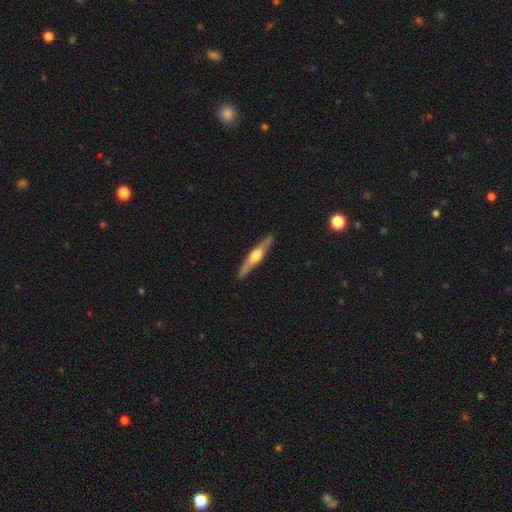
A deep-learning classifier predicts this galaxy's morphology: This is likely a featured or disk galaxy (66%). It is clearly viewed edge-on (96%). Edge-on bulge: clearly rounded (92%). Merging: clearly none (91%).